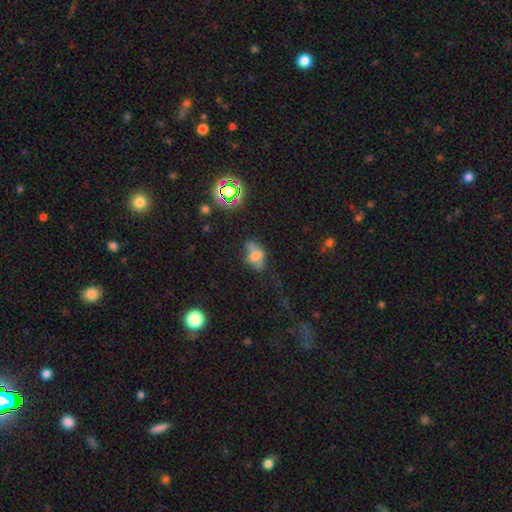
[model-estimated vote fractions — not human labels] This is possibly a smooth galaxy (47%). Merging: marginally none (42%).